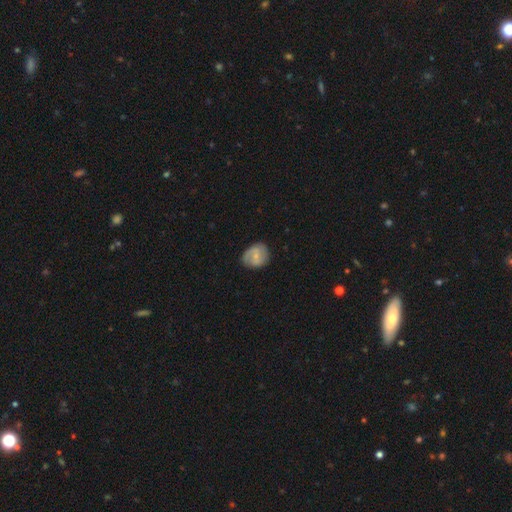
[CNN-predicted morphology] type=featured or disk (50%); edge-on=no (97%); merging=none (73%).